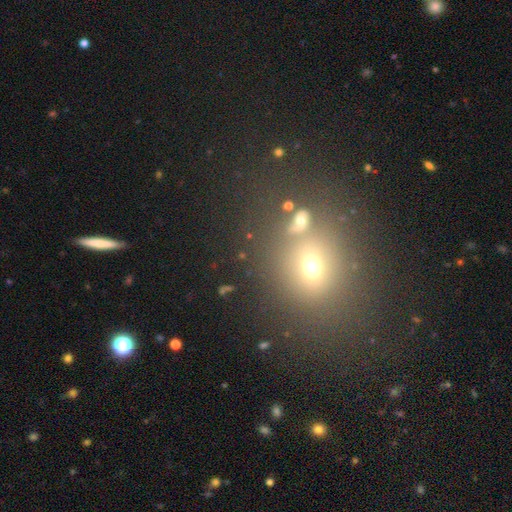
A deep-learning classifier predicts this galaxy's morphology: A smooth galaxy with no disk features (50%).

Vote fractions:
- Smooth or featured? smooth: 50% / star or artifact: 36% / featured or disk: 14%
- Merging? none: 69% / merger: 15% / minor disturbance: 11% / major disturbance: 5%